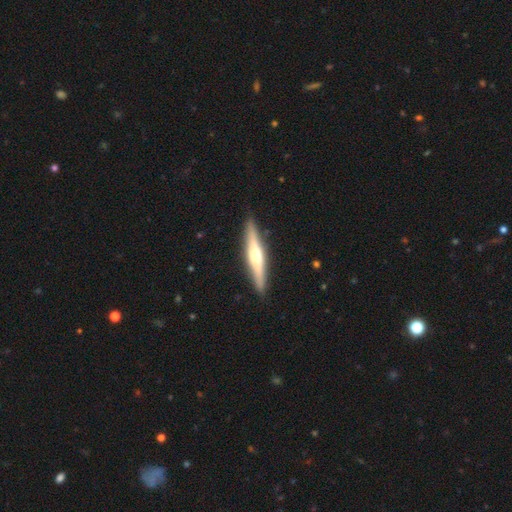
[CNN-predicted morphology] Smooth or featured?
  - featured or disk: 63% *
  - smooth: 32%
  - star or artifact: 5%
Edge-on disk?
  - yes: 95% *
  - no: 5%
Edge-on bulge?
  - rounded: 89% *
  - none: 6%
  - boxy: 5%
Merging?
  - none: 90% *
  - minor disturbance: 7%
  - major disturbance: 2%
  - merger: 1%